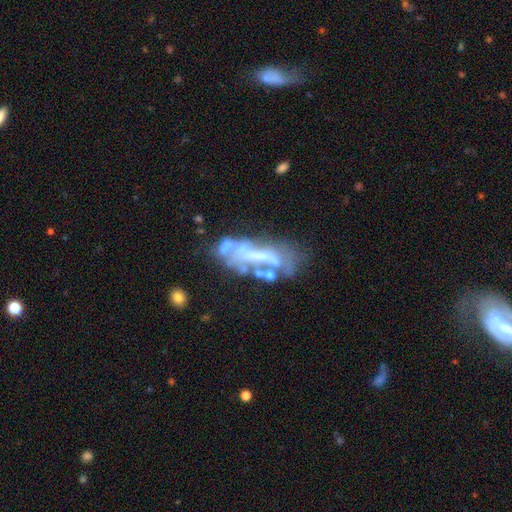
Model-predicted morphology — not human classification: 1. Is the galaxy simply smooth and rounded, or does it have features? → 67% featured or disk, 20% smooth, 13% star or artifact.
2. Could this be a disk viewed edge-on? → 83% no, 17% yes.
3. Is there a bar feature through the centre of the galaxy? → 53% no, 29% strong, 19% weak.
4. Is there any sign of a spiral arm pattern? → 76% no, 24% yes.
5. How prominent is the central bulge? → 55% none, 20% small, 19% moderate, 5% large, 2% dominant.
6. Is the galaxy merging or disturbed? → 34% none, 26% major disturbance, 21% merger, 19% minor disturbance.